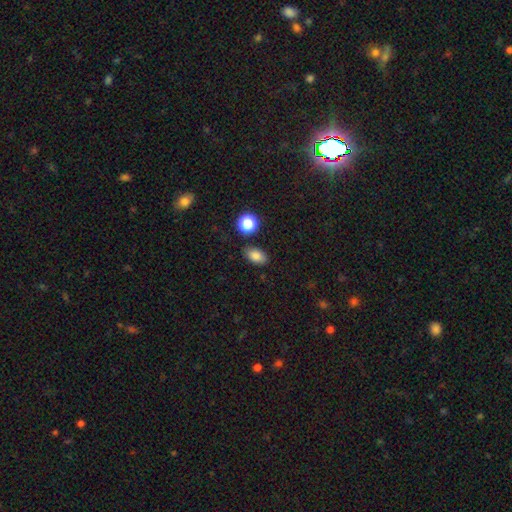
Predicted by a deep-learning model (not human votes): smooth-or-featured: smooth: 84% | star or artifact: 11% | featured or disk: 6%
  how-rounded: in between: 87% | round: 11% | cigar-shaped: 2%
  merging: none: 83% | minor disturbance: 11% | merger: 4% | major disturbance: 3%